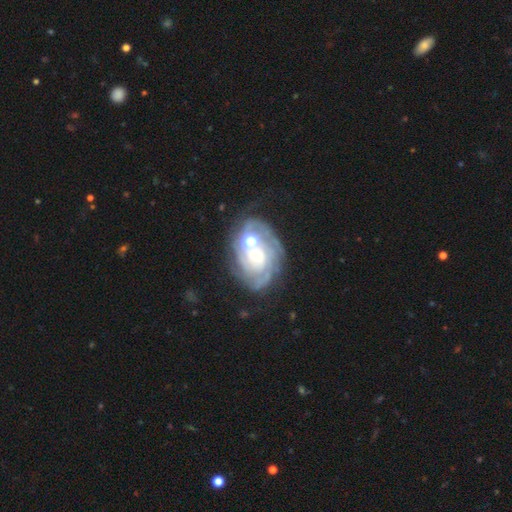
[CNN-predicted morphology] Q: Smooth or featured?
A: featured or disk (81%); runner-up: smooth (11%)
Q: Edge-on disk?
A: no (97%); runner-up: yes (3%)
Q: Bar?
A: no (76%); runner-up: weak (18%)
Q: Spiral arms?
A: yes (90%); runner-up: no (10%)
Q: Spiral winding?
A: tight (62%); runner-up: medium (29%)
Q: Spiral arm count?
A: can't tell (30%); runner-up: 2 (29%)
Q: Bulge size?
A: moderate (50%); runner-up: small (39%)
Q: Merging?
A: none (48%); runner-up: merger (25%)